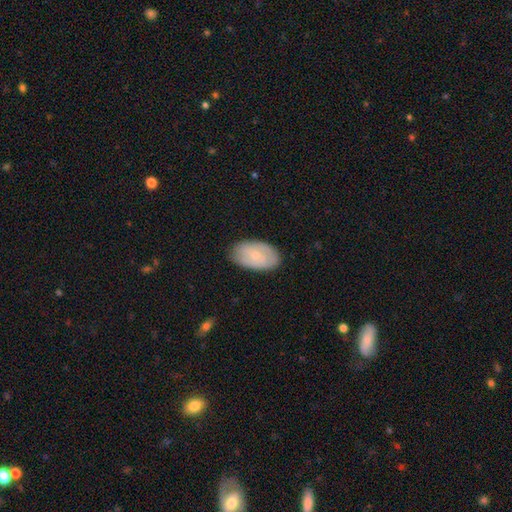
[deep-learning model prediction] smooth_or_featured: smooth (p=0.53) [alt: featured or disk p=0.41]
how_rounded: in between (p=0.92) [alt: round p=0.06]
merging: none (p=0.82) [alt: minor disturbance p=0.14]